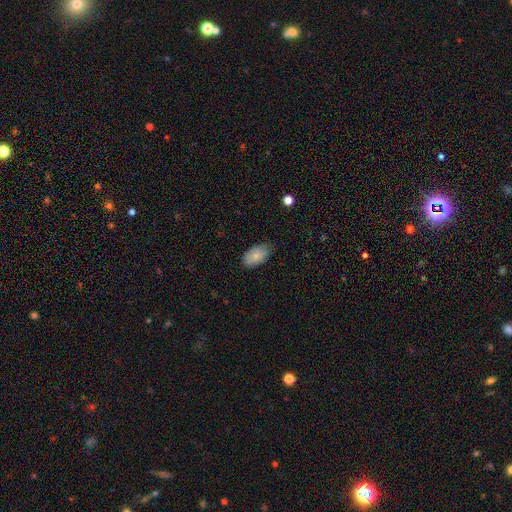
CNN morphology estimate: Overall: smooth (82%). How rounded: in between (93%). Merging: none (72%).